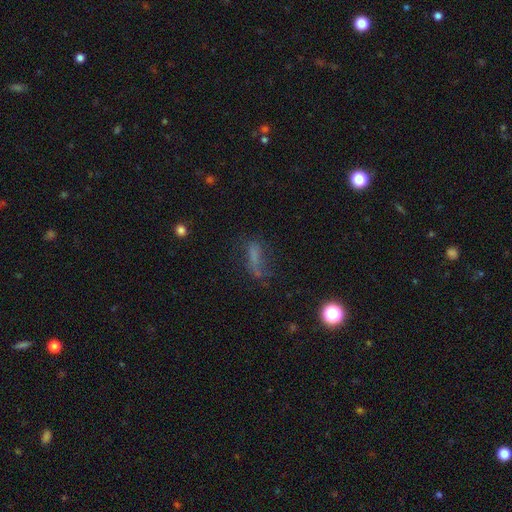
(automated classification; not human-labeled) Overall: smooth (48%; featured or disk 27%). Merging: none (48%; minor disturbance 24%).